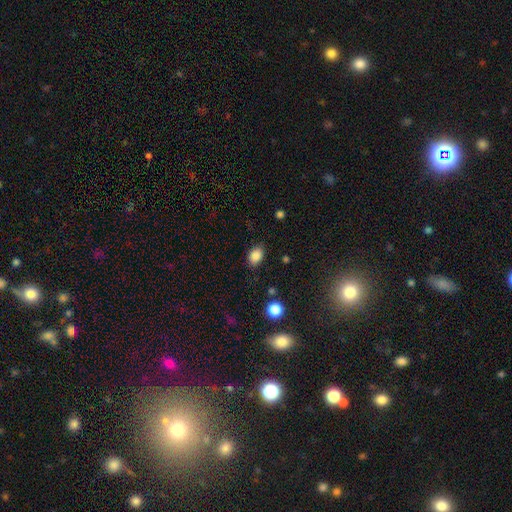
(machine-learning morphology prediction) Smooth or featured? Predicted: smooth (p=0.86). How rounded? Predicted: in between (p=0.78). Merging? Predicted: none (p=0.82).